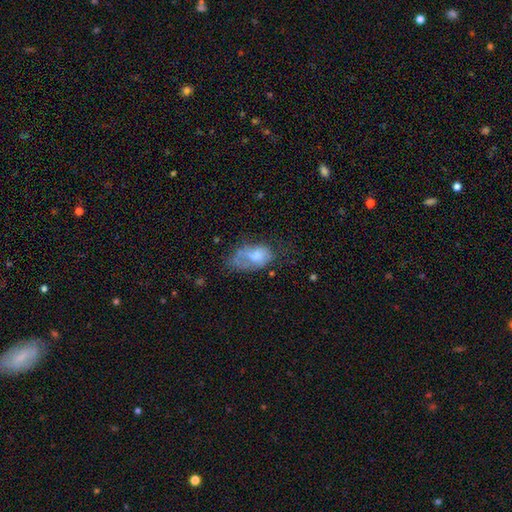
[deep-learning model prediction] smooth 61%, featured or disk 30%, star or artifact 9%. Down the decision tree: how rounded — in between (90%); merging — major disturbance (35%).